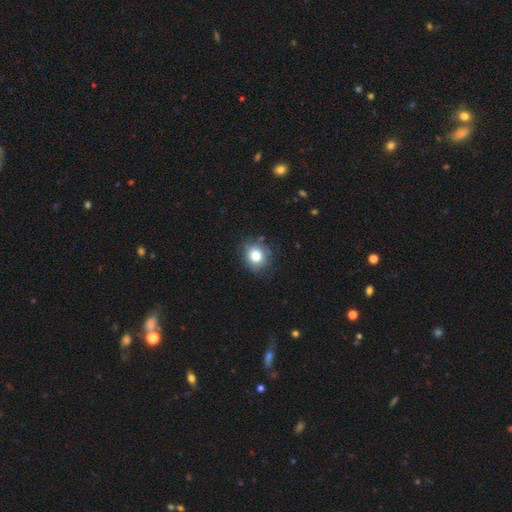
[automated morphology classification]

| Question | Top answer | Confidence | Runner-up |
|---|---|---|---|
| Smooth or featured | smooth | 80% | star or artifact (10%) |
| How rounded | round | 78% | in between (21%) |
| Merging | none | 83% | minor disturbance (13%) |